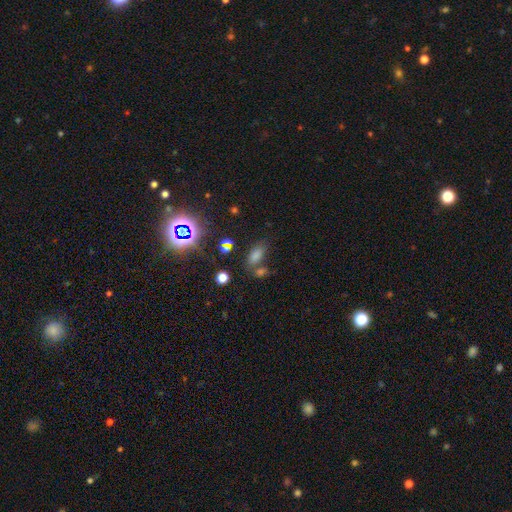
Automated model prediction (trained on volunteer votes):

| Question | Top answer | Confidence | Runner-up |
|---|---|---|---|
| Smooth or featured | smooth | 57% | star or artifact (34%) |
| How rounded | in between | 82% | round (10%) |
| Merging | none | 64% | merger (18%) |